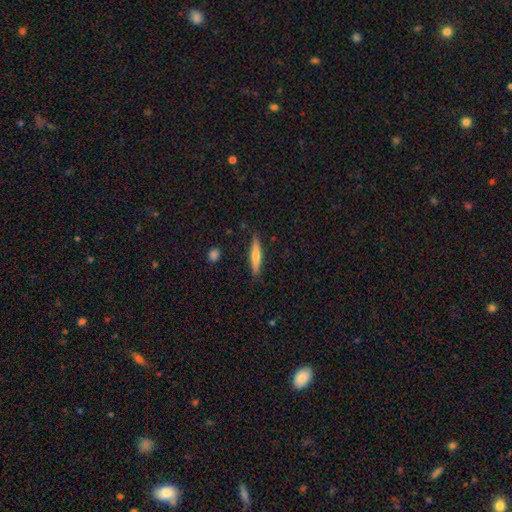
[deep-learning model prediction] Q: Smooth or featured?
A: smooth (52%); runner-up: featured or disk (42%)
Q: How rounded?
A: cigar-shaped (89%); runner-up: in between (10%)
Q: Merging?
A: none (88%); runner-up: minor disturbance (8%)